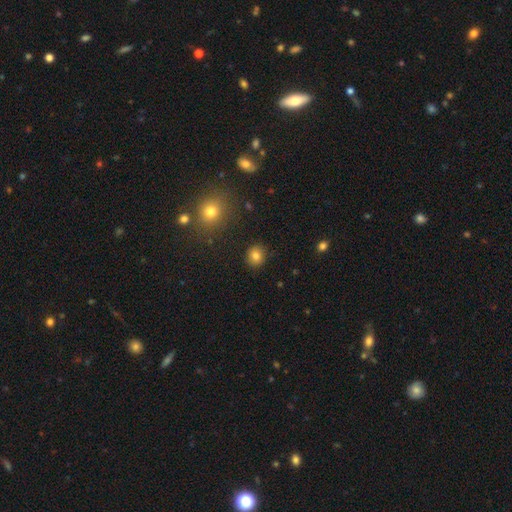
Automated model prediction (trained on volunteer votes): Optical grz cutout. It shows a smooth galaxy with no disk features (81%) that is round (80%). Merging: none (89%).